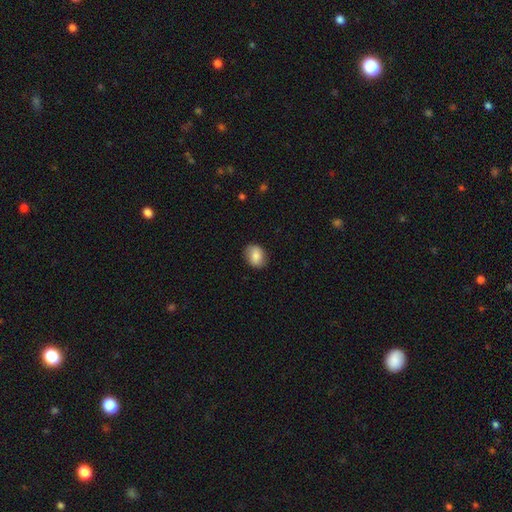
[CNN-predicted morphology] Smooth or featured? smooth (80%)
How rounded? in between (55%)
Merging? none (85%)